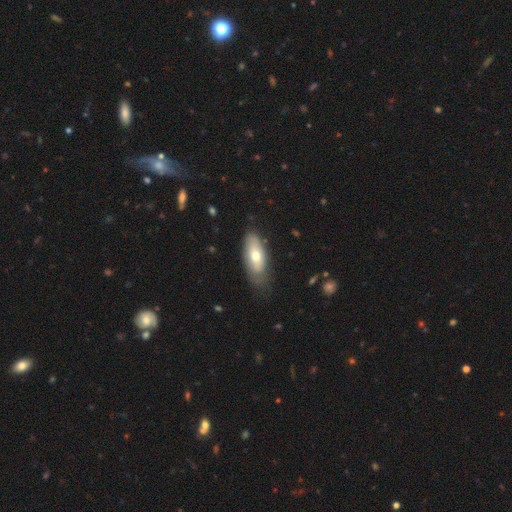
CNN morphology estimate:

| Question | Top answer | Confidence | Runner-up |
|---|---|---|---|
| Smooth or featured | smooth | 61% | featured or disk (33%) |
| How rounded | in between | 83% | cigar-shaped (14%) |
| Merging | none | 65% | minor disturbance (26%) |